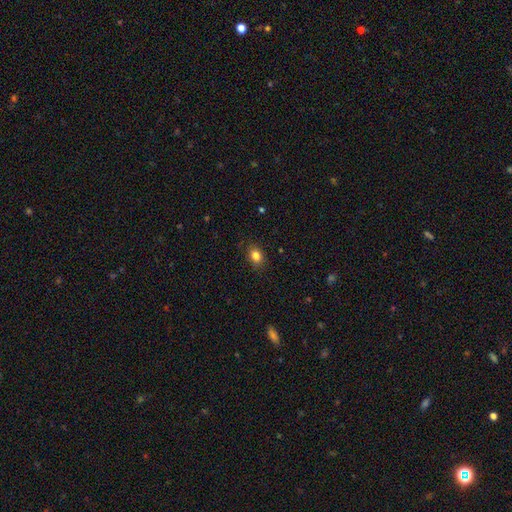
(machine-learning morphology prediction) Smooth or featured? Predicted: smooth (p=0.83). How rounded? Predicted: in between (p=0.62). Merging? Predicted: none (p=0.85).